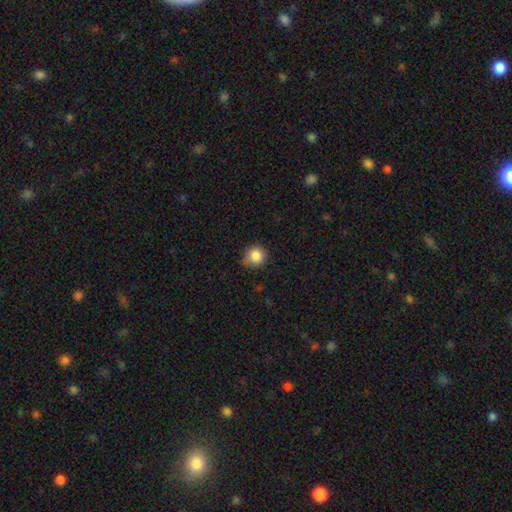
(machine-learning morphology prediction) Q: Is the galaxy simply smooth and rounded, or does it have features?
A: smooth — 85%.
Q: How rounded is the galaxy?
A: round — 89%.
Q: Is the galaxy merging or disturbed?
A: none — 69%.